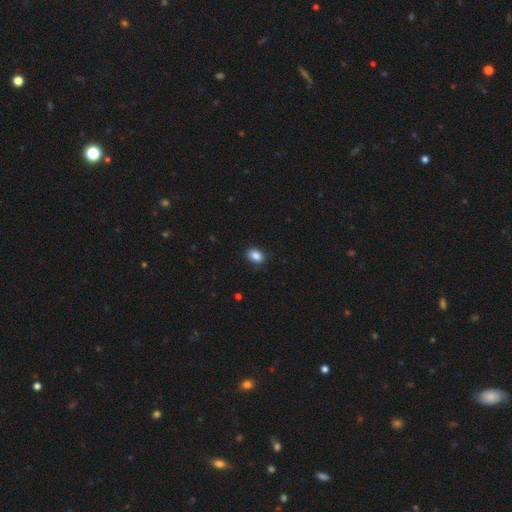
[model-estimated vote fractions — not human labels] Smooth or featured?
  - smooth: 88% *
  - star or artifact: 9%
  - featured or disk: 3%
How rounded?
  - in between: 71% *
  - round: 28%
  - cigar-shaped: 1%
Merging?
  - none: 85% *
  - minor disturbance: 12%
  - major disturbance: 3%
  - merger: 1%